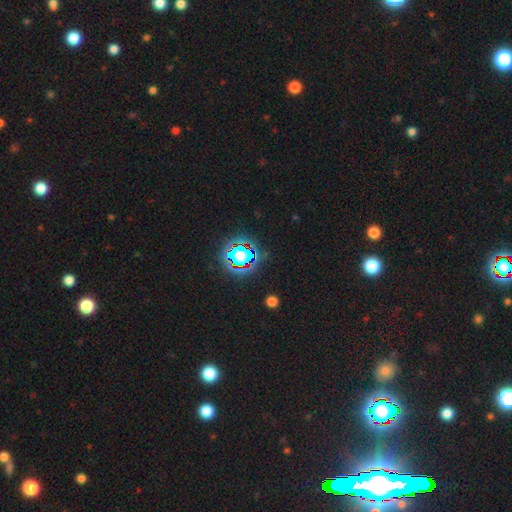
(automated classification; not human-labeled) The model was most divided on "smooth or featured": star or artifact: 81%, smooth: 12%, featured or disk: 7%.